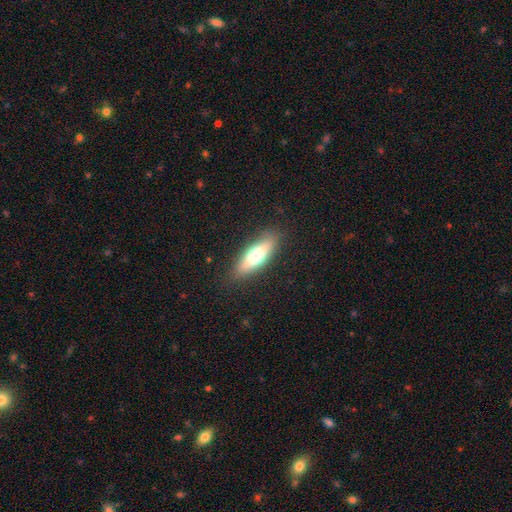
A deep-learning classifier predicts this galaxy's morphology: type=smooth (61%); roundness=in between (52%); merging=none (86%).